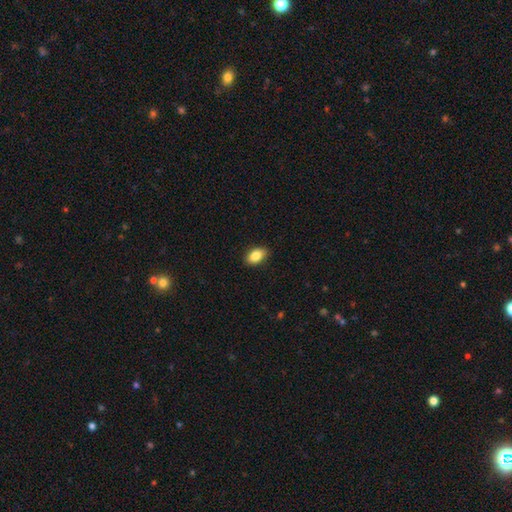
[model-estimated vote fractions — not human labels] smooth-or-featured: smooth: 86% | star or artifact: 8% | featured or disk: 7%
  how-rounded: in between: 89% | round: 10% | cigar-shaped: 2%
  merging: none: 87% | minor disturbance: 10% | major disturbance: 2% | merger: 1%